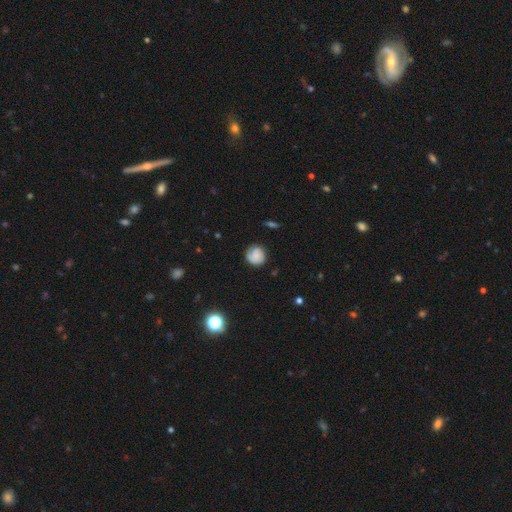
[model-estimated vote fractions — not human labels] The model was most divided on "smooth or featured": smooth: 64%, featured or disk: 26%, star or artifact: 10%. More confident: how rounded — round (87%); merging — none (74%).